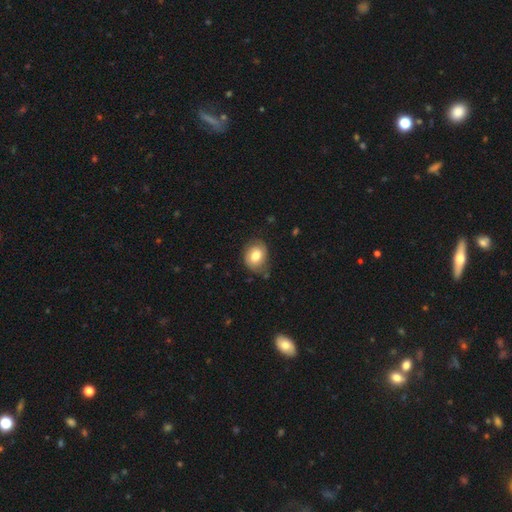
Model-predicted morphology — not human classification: This is likely a smooth galaxy (74%). How rounded: possibly in between (50%). Merging: likely none (69%).